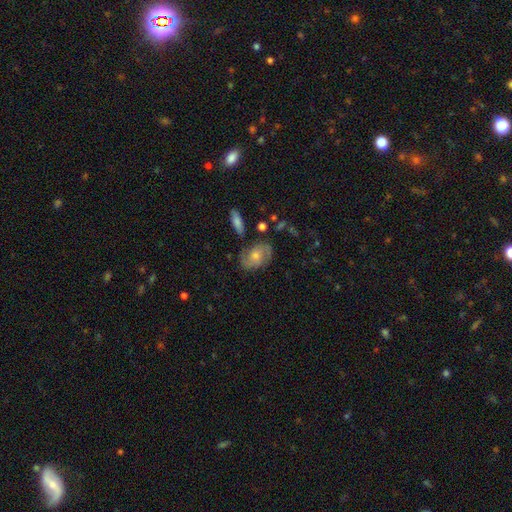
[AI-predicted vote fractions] Smooth or featured? featured or disk (72%)
Edge-on disk? no (96%)
Bar? no (67%)
Spiral arms? yes (92%)
Spiral winding? medium (46%)
Spiral arm count? 2 (78%)
Bulge size? moderate (50%)
Merging? none (76%)